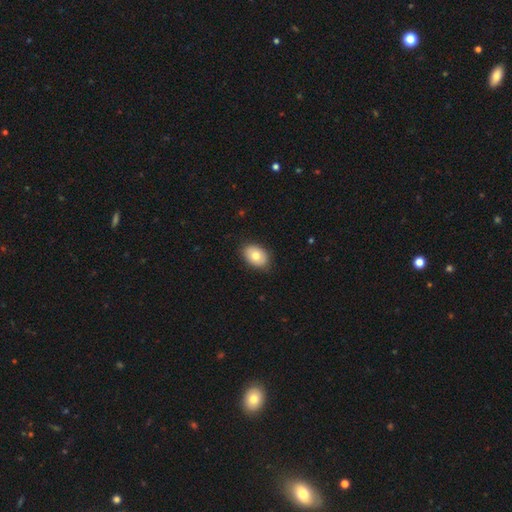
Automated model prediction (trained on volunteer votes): smooth 77%, featured or disk 16%, star or artifact 7%. Down the decision tree: how rounded — in between (82%); merging — none (85%).